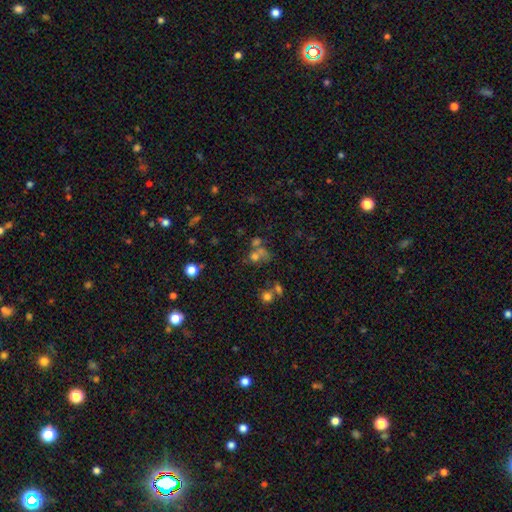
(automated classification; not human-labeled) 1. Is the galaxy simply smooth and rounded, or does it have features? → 52% smooth, 29% star or artifact, 18% featured or disk.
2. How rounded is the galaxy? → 70% round, 28% in between, 2% cigar-shaped.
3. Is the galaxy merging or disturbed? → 42% merger, 38% none, 10% minor disturbance, 10% major disturbance.